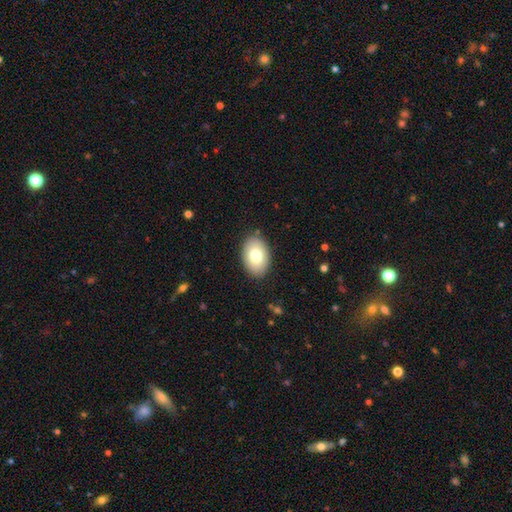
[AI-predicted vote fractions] A smooth galaxy with no disk features (79%) that is in between round and cigar-shaped (89%). Merging: none (88%).